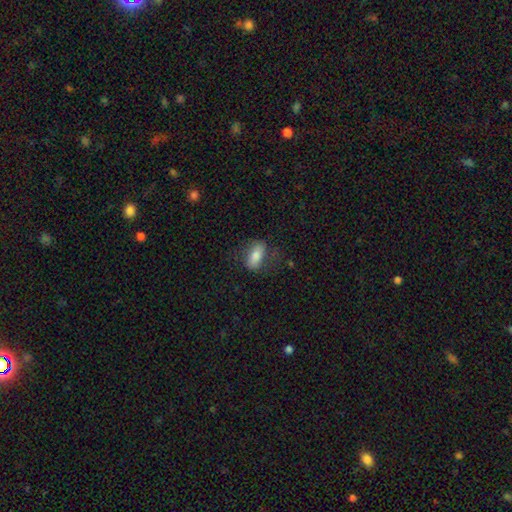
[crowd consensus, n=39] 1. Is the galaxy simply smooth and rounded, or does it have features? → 85% smooth, 10% featured or disk, 5% star or artifact.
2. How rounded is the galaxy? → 73% in between, 24% cigar-shaped, 3% round.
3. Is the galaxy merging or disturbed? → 68% none, 19% major disturbance, 14% minor disturbance, 0% merger.